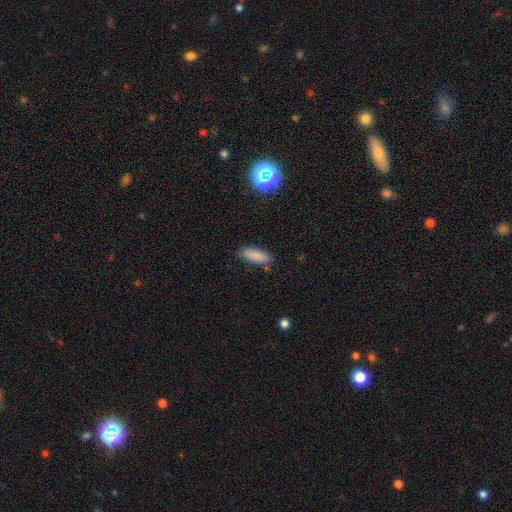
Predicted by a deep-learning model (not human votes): Overall: smooth (86%). How rounded: in between (67%; cigar-shaped 31%). Merging: none (82%).